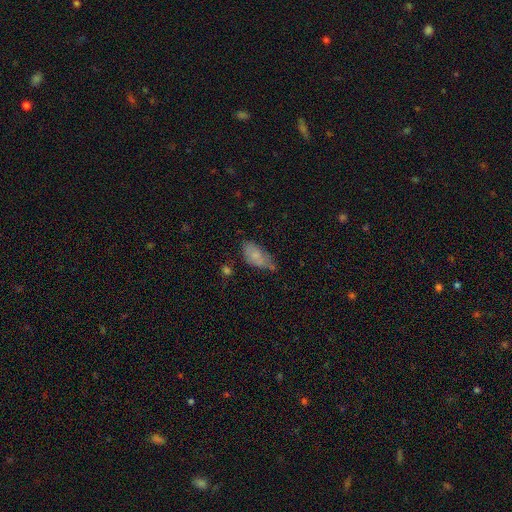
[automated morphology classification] A smooth galaxy with no disk features (72%) that is in between round and cigar-shaped (89%). Merging: none (41%).